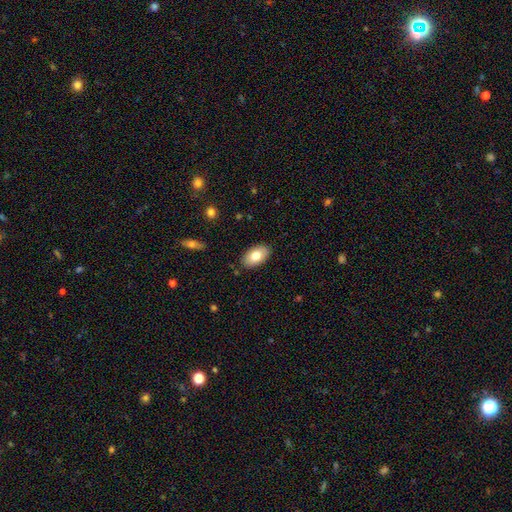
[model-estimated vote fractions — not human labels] Morphology: type=smooth (78%); roundness=in between (94%); merging=none (87%).